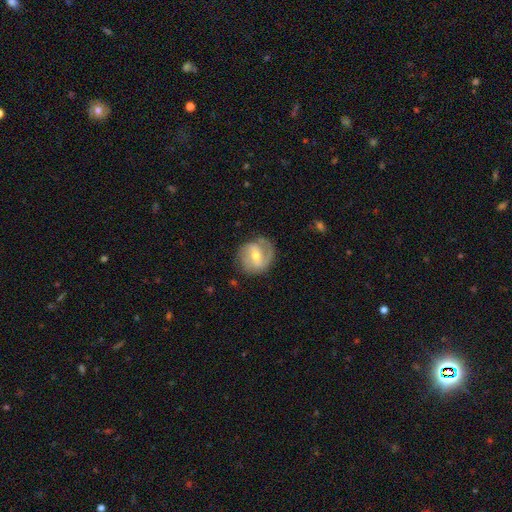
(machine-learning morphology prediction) smooth_or_featured: featured or disk (p=0.77) [alt: smooth p=0.18]
disk_edge_on: no (p=0.97) [alt: yes p=0.03]
bar: weak (p=0.50) [alt: no p=0.26]
has_spiral_arms: yes (p=0.91) [alt: no p=0.09]
spiral_winding: medium (p=0.46) [alt: tight p=0.34]
spiral_arm_count: 2 (p=0.71) [alt: can't tell p=0.10]
bulge_size: moderate (p=0.59) [alt: small p=0.37]
merging: none (p=0.73) [alt: minor disturbance p=0.17]